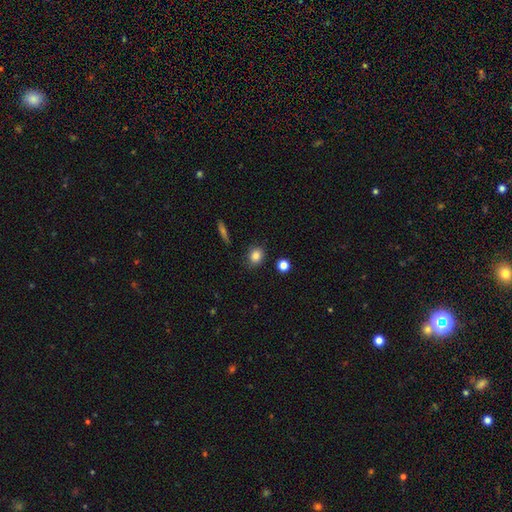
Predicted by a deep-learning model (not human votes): Smooth or featured: smooth — 84% (star or artifact — 10%)
How rounded: round — 63% (in between — 35%)
Merging: none — 83% (minor disturbance — 12%)